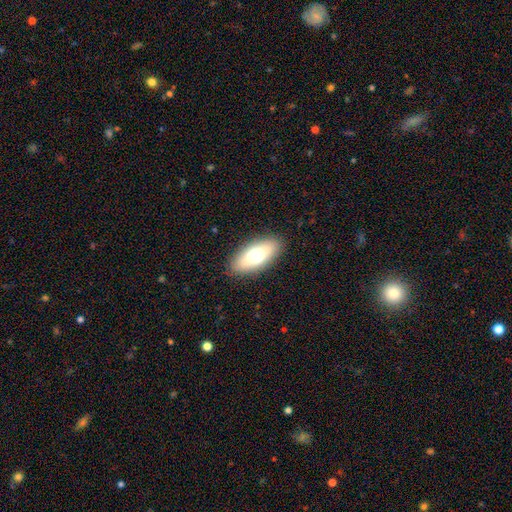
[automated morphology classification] A smooth galaxy with no disk features (68%) that is in between round and cigar-shaped (83%). Merging: none (88%).